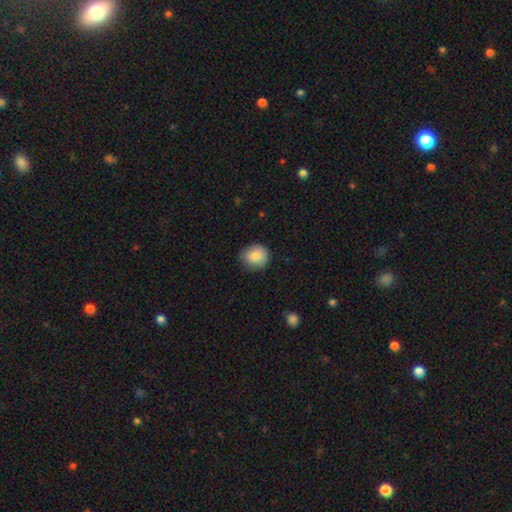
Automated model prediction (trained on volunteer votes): smooth-or-featured: smooth: 85% | star or artifact: 8% | featured or disk: 8%
  how-rounded: round: 82% | in between: 17% | cigar-shaped: 1%
  merging: none: 80% | minor disturbance: 17% | major disturbance: 3% | merger: 1%